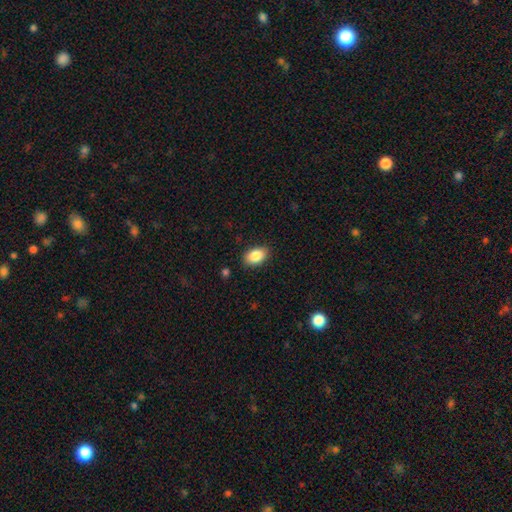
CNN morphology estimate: A smooth galaxy with no disk features (86%) that is in between round and cigar-shaped (87%). Merging: none (87%).